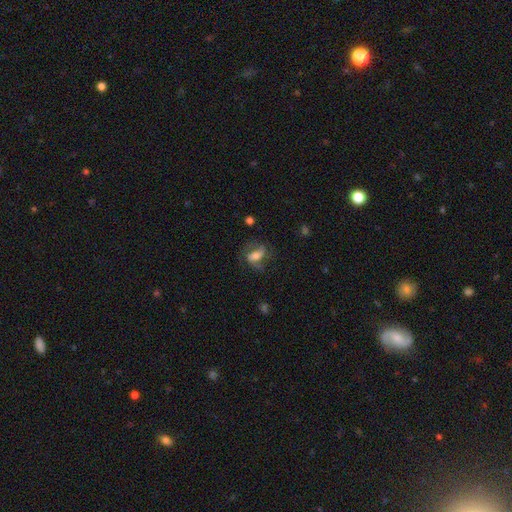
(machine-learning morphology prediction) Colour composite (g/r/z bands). It shows a featured or disk galaxy (46%). Merging: none (55%).